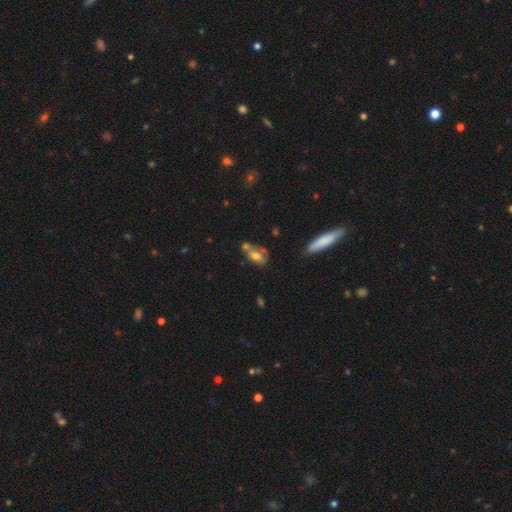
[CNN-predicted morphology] smooth_or_featured: smooth (p=0.62) [alt: featured or disk p=0.29]
how_rounded: in between (p=0.81) [alt: cigar-shaped p=0.12]
merging: none (p=0.37) [alt: merger p=0.33]